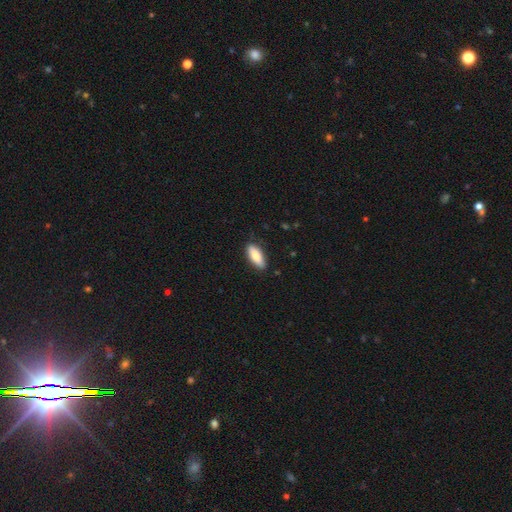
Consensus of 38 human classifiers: Smooth or featured? 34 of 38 (89%) said smooth. How rounded? 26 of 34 (76%) said in between. Merging? 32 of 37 (86%) said none.